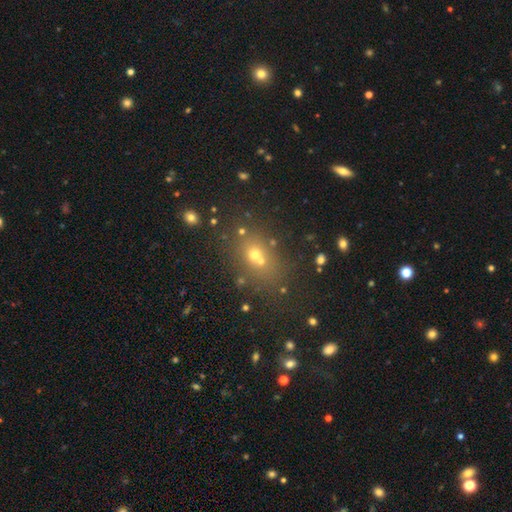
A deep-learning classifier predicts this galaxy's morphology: smooth-or-featured: smooth: 54% | star or artifact: 30% | featured or disk: 16%
  how-rounded: round: 54% | in between: 43% | cigar-shaped: 2%
  merging: none: 54% | merger: 30% | minor disturbance: 11% | major disturbance: 6%